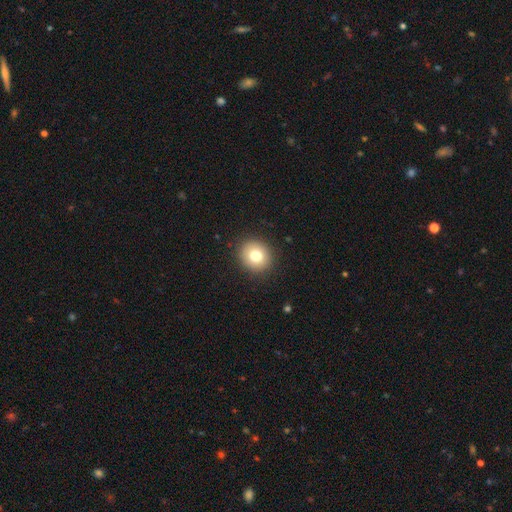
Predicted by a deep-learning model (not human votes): Smooth or featured? Predicted: smooth (p=0.78). How rounded? Predicted: round (p=0.84). Merging? Predicted: none (p=0.91).